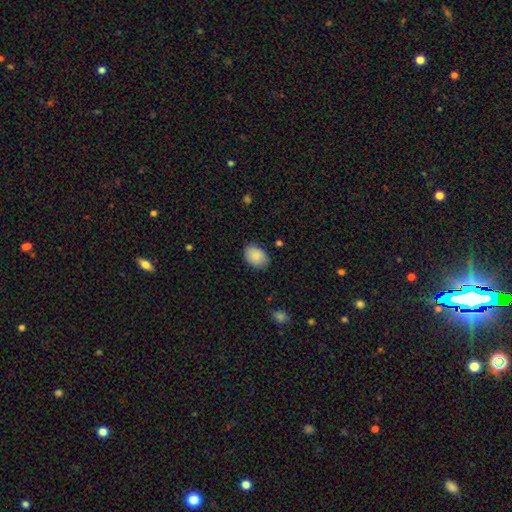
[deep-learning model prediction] The model was most divided on "how rounded": in between: 81%, round: 18%, cigar-shaped: 1%. More confident: smooth or featured — smooth (87%); merging — none (83%).